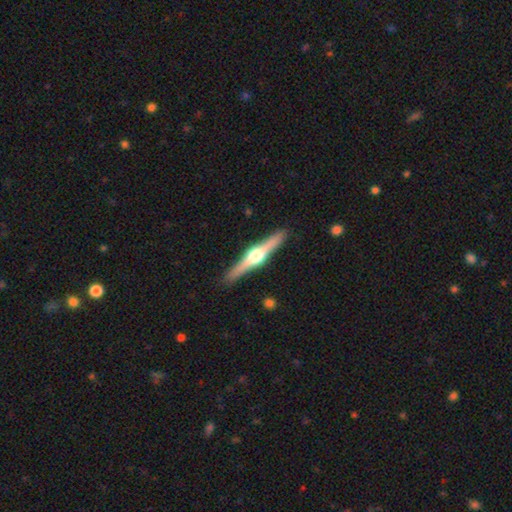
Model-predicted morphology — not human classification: Smooth or featured? featured or disk (79%)
Edge-on disk? yes (98%)
Edge-on bulge? rounded (94%)
Merging? none (91%)